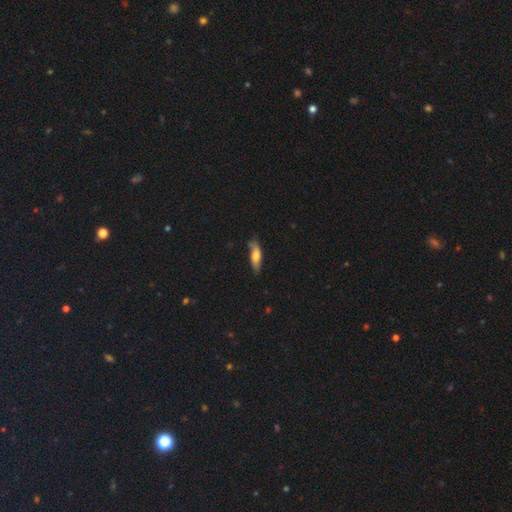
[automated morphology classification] smooth_or_featured: smooth (p=0.59) [alt: featured or disk p=0.35]
how_rounded: cigar-shaped (p=0.60) [alt: in between p=0.38]
merging: none (p=0.68) [alt: minor disturbance p=0.25]